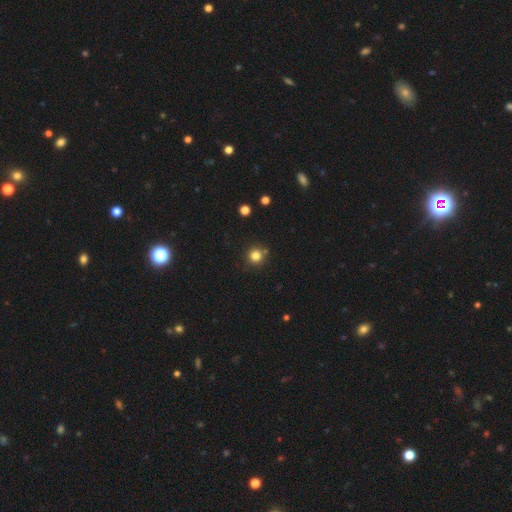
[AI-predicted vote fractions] Morphology: type=smooth (81%); roundness=round (94%); merging=none (83%).